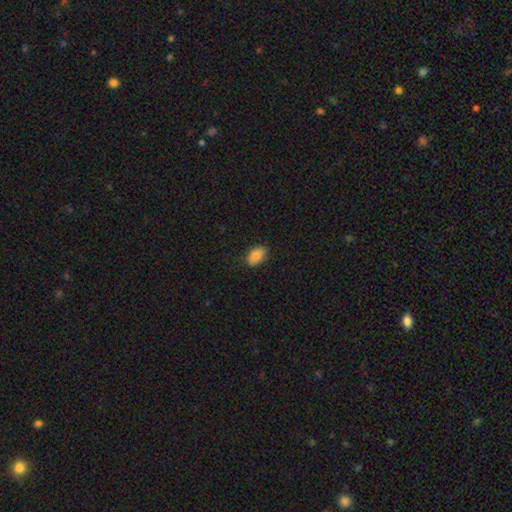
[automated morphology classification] Smooth or featured?
  - smooth: 85% *
  - featured or disk: 8%
  - star or artifact: 8%
How rounded?
  - in between: 89% *
  - round: 8%
  - cigar-shaped: 2%
Merging?
  - none: 82% *
  - minor disturbance: 15%
  - major disturbance: 3%
  - merger: 1%